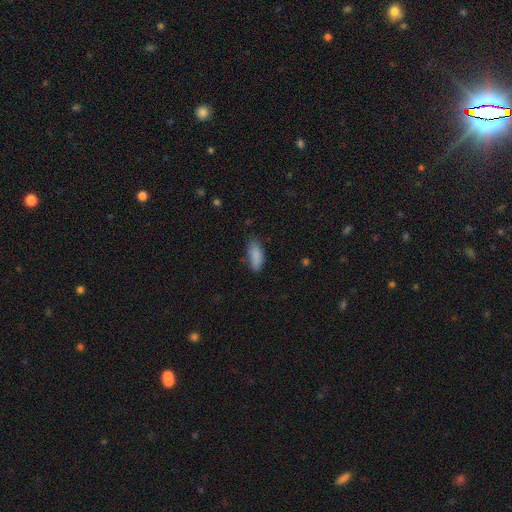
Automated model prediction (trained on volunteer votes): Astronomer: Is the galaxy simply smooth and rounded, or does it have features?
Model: smooth — 87%.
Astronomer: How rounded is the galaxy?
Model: in between — 77%.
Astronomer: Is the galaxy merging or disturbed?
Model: none — 71%.